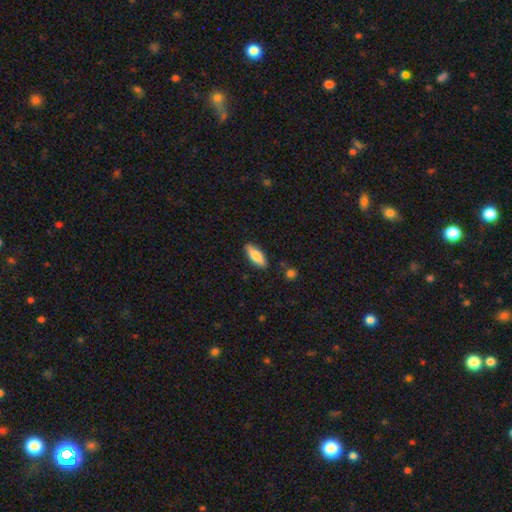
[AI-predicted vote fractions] Morphology: type=smooth (75%); roundness=in between (66%); merging=none (85%).